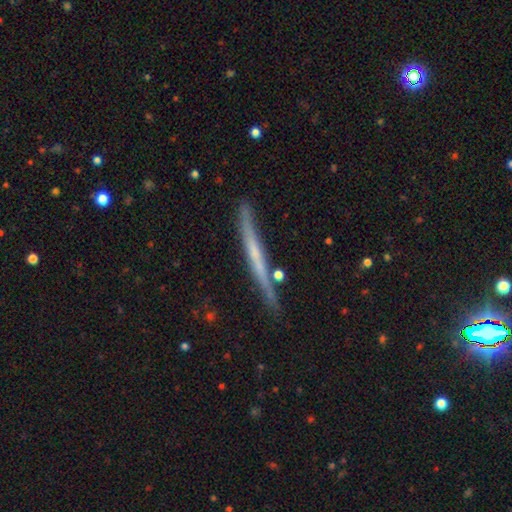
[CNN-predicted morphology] Smooth or featured? Predicted: featured or disk (p=0.58). Edge-on disk? Predicted: yes (p=0.96). Edge-on bulge? Predicted: none (p=0.78). Merging? Predicted: none (p=0.82).